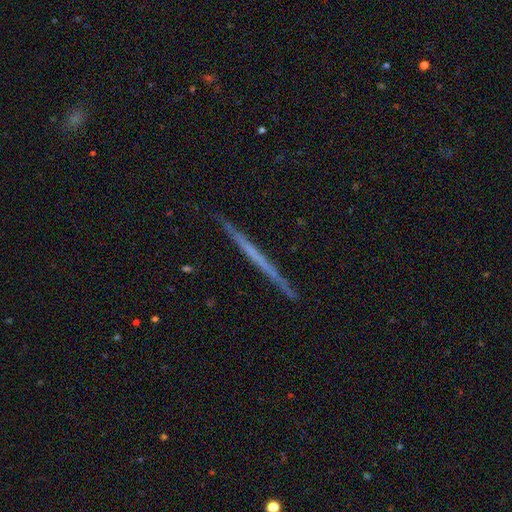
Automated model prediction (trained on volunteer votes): Smooth or featured: featured or disk — 59% (smooth — 34%)
Edge-on disk: yes — 98% (no — 2%)
Edge-on bulge: none — 93% (rounded — 4%)
Merging: none — 92% (minor disturbance — 6%)